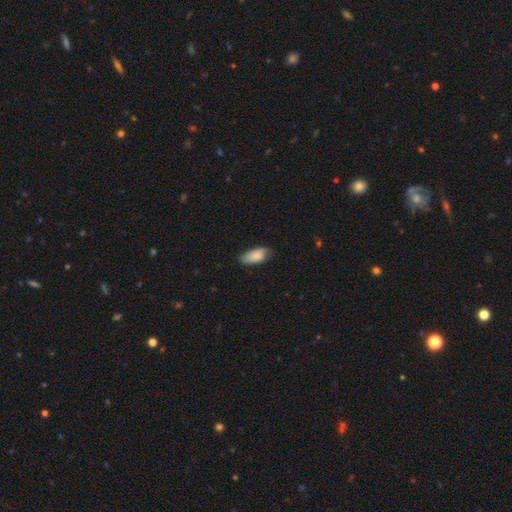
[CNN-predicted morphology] This is clearly a smooth galaxy (83%). How rounded: clearly in between (88%). Merging: likely none (71%).